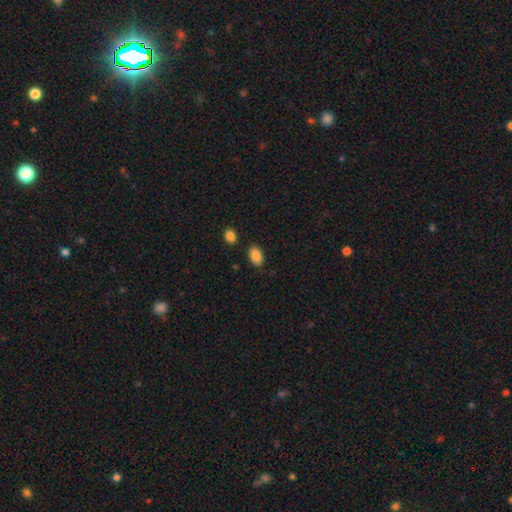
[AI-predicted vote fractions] This appears to be a smooth galaxy with no disk features (87%) that is in between round and cigar-shaped (88%). Merging: none (82%).